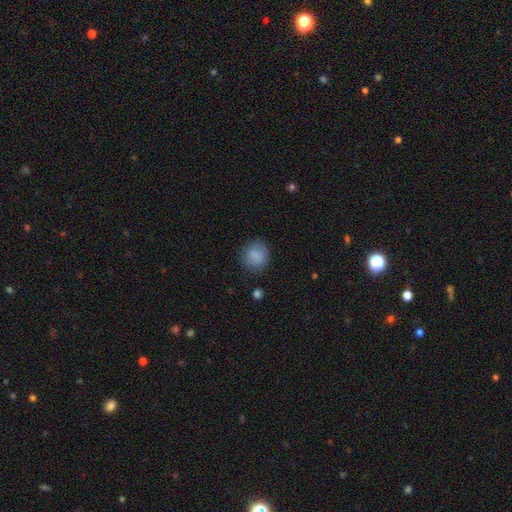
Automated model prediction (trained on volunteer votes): Morphology: type=smooth (85%); roundness=round (82%); merging=none (79%).